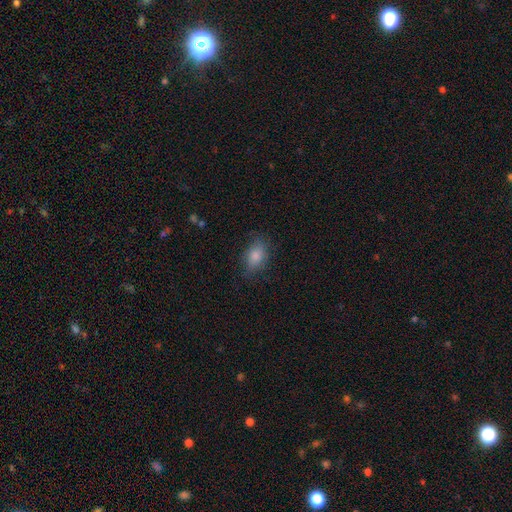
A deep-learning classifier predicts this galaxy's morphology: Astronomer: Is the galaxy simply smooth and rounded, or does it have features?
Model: smooth — 81%.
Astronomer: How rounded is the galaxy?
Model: in between — 84%.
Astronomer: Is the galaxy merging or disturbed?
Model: none — 73%.